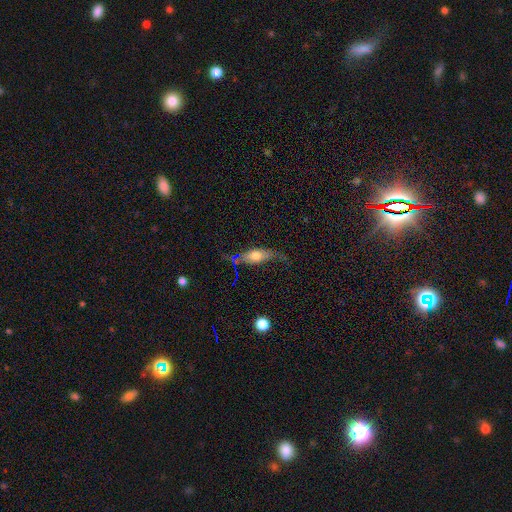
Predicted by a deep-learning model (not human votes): Smooth or featured?
  - smooth: 46% *
  - featured or disk: 45%
  - star or artifact: 9%
Merging?
  - none: 50% *
  - minor disturbance: 27%
  - major disturbance: 18%
  - merger: 5%